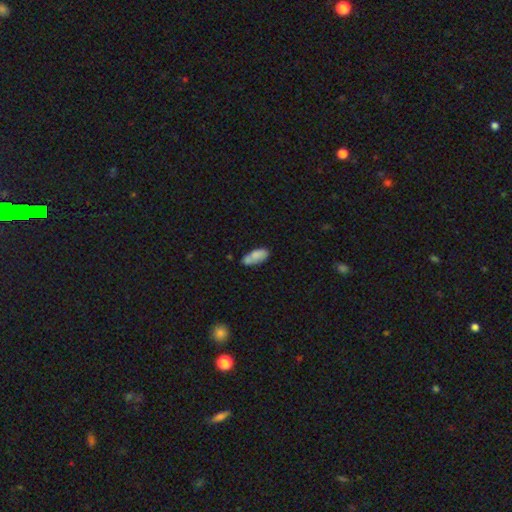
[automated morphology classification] Q: Smooth or featured?
A: smooth (76%); runner-up: featured or disk (17%)
Q: How rounded?
A: in between (83%); runner-up: cigar-shaped (14%)
Q: Merging?
A: none (52%); runner-up: minor disturbance (23%)